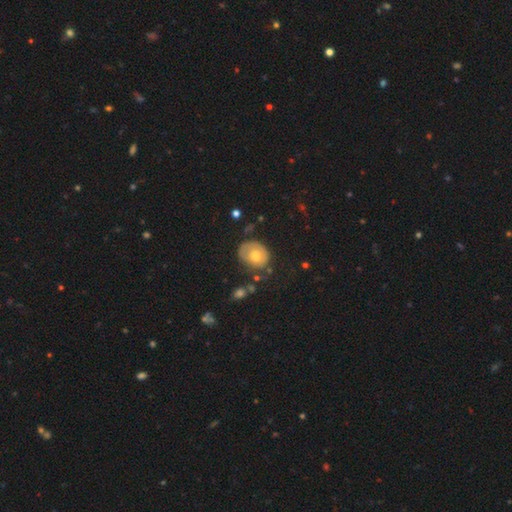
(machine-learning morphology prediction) This appears to be a smooth galaxy with no disk features (63%) that is round (53%). Merging: none (56%).